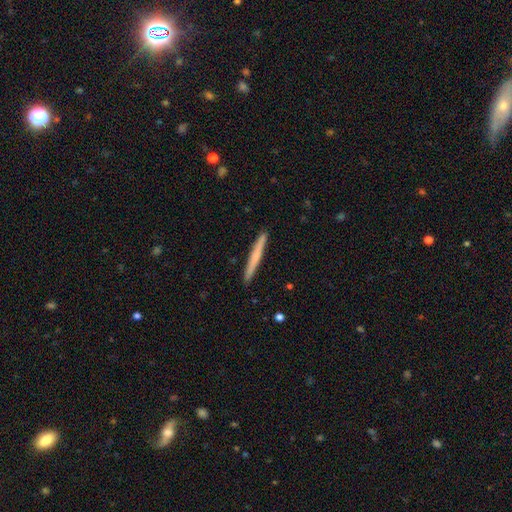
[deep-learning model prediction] A smooth galaxy with no disk features (58%) that is cigar-shaped (97%).

Vote fractions:
- Smooth or featured? smooth: 58% / featured or disk: 36% / star or artifact: 5%
- How rounded? cigar-shaped: 97% / in between: 2% / round: 1%
- Merging? none: 92% / minor disturbance: 5% / major disturbance: 1% / merger: 1%